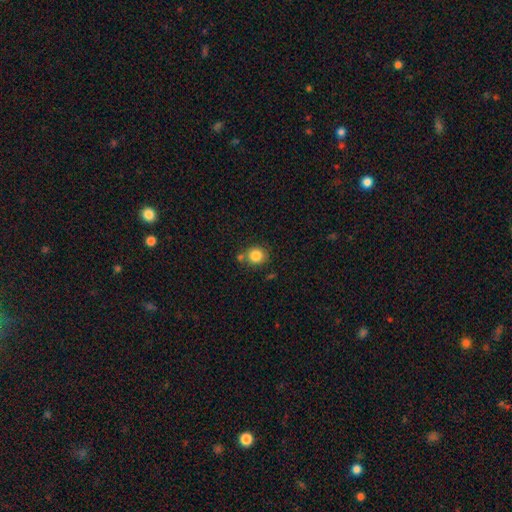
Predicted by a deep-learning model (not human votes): Overall: smooth (84%). How rounded: round (83%). Merging: none (70%).